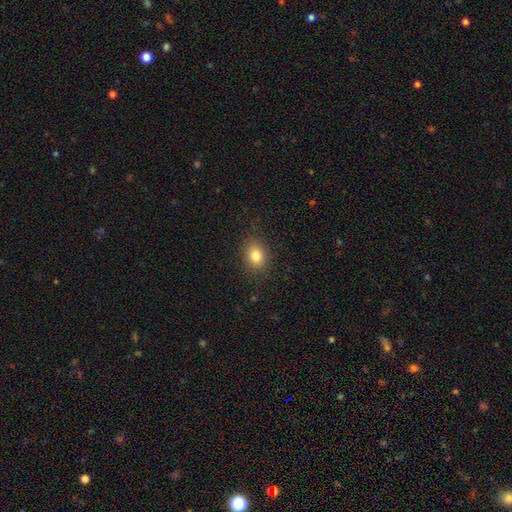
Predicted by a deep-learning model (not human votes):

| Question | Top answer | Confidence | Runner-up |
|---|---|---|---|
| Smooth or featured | smooth | 83% | star or artifact (11%) |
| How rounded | round | 50% | in between (49%) |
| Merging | none | 86% | minor disturbance (10%) |